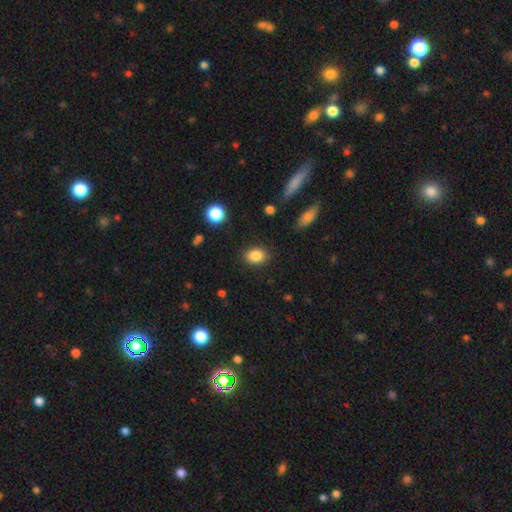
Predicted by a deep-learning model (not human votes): Q: Smooth or featured?
A: smooth (85%); runner-up: star or artifact (9%)
Q: How rounded?
A: in between (70%); runner-up: round (29%)
Q: Merging?
A: none (86%); runner-up: minor disturbance (10%)